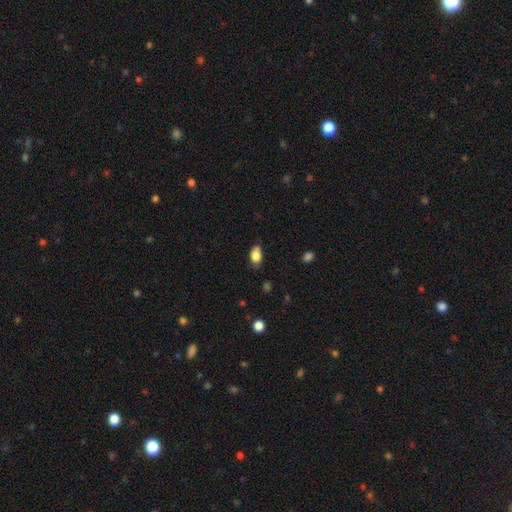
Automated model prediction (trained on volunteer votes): Smooth or featured?
  - smooth: 82% *
  - featured or disk: 10%
  - star or artifact: 8%
How rounded?
  - in between: 88% *
  - round: 9%
  - cigar-shaped: 3%
Merging?
  - none: 69% *
  - minor disturbance: 25%
  - major disturbance: 4%
  - merger: 2%